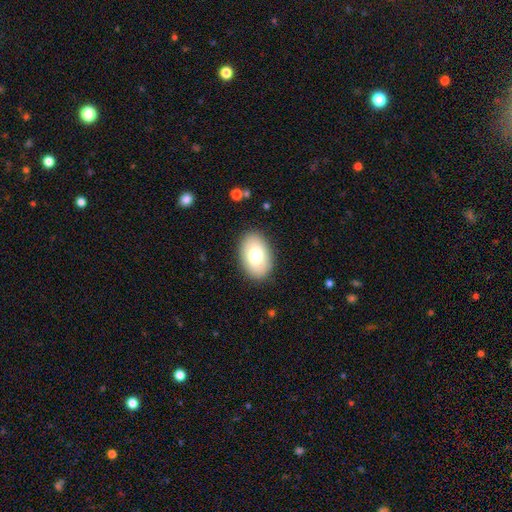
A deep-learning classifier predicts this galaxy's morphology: type=smooth (75%); roundness=in between (88%); merging=none (88%).